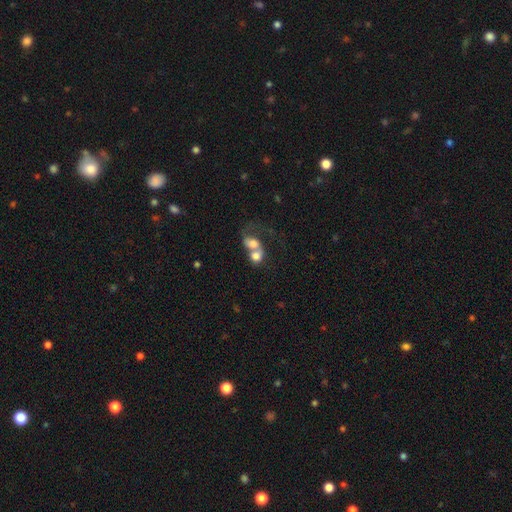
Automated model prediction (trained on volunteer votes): Smooth or featured? Predicted: smooth (p=0.60). How rounded? Predicted: in between (p=0.50). Merging? Predicted: merger (p=0.79).